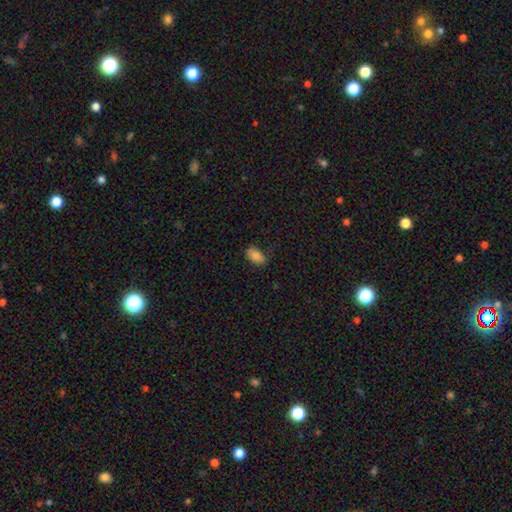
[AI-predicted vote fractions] smooth 84%, star or artifact 8%, featured or disk 7%. Down the decision tree: how rounded — in between (91%); merging — none (78%).